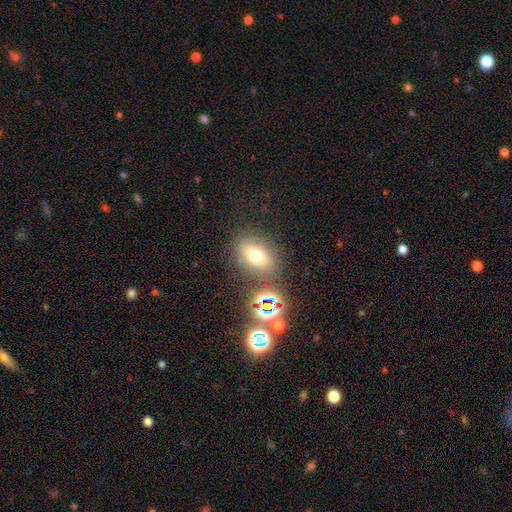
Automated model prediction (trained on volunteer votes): smooth-or-featured: smooth: 64% | star or artifact: 19% | featured or disk: 16%
  how-rounded: in between: 73% | round: 24% | cigar-shaped: 4%
  merging: none: 77% | minor disturbance: 12% | merger: 7% | major disturbance: 5%